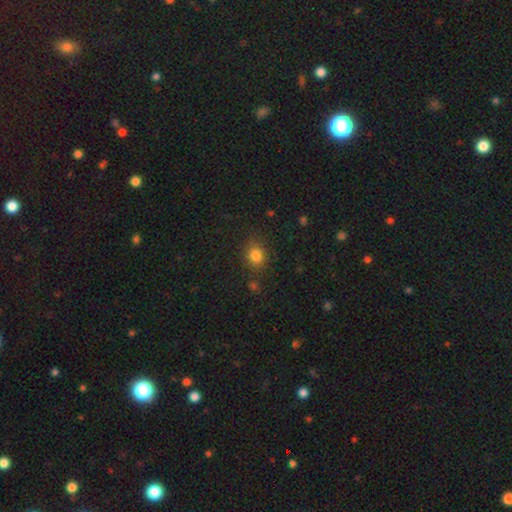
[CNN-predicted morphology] This is clearly a smooth galaxy (81%). How rounded: likely round (67%). Merging: clearly none (81%).